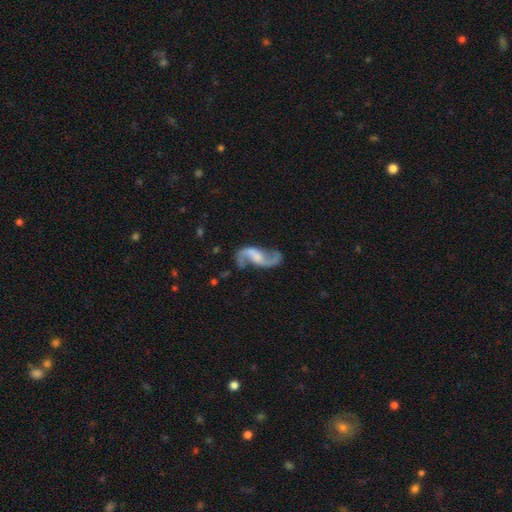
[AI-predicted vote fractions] Smooth or featured? Predicted: featured or disk (p=0.90). Edge-on disk? Predicted: no (p=0.97). Bar? Predicted: weak (p=0.45). Spiral arms? Predicted: yes (p=0.97). Spiral winding? Predicted: loose (p=0.77). Spiral arm count? Predicted: 2 (p=0.94). Bulge size? Predicted: none (p=0.38). Merging? Predicted: none (p=0.73).